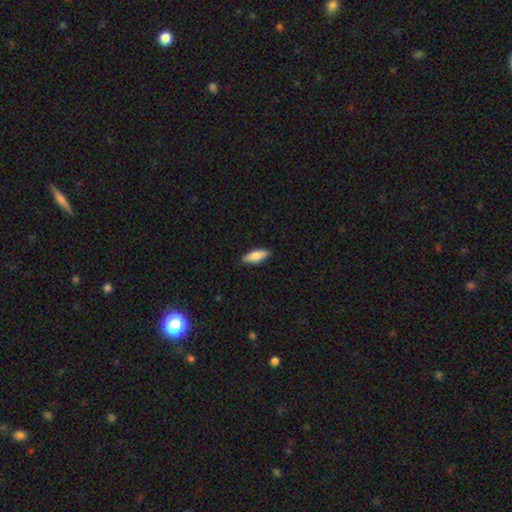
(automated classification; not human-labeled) Morphology: type=smooth (77%); roundness=in between (66%); merging=none (88%).